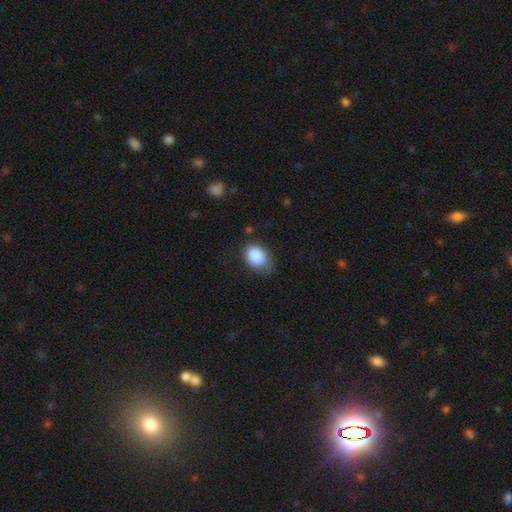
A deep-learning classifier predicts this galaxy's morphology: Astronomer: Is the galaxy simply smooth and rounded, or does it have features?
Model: smooth — 87%.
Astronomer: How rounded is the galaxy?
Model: in between — 78%.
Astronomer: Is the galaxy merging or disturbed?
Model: none — 62%.